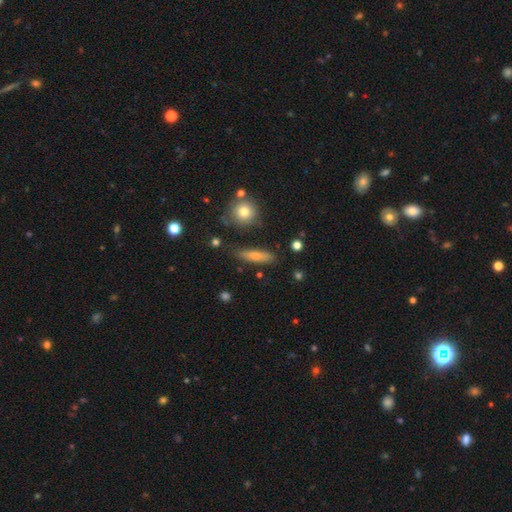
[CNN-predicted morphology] Smooth or featured: smooth — 54% (featured or disk — 35%)
How rounded: cigar-shaped — 68% (in between — 27%)
Merging: none — 81% (minor disturbance — 12%)